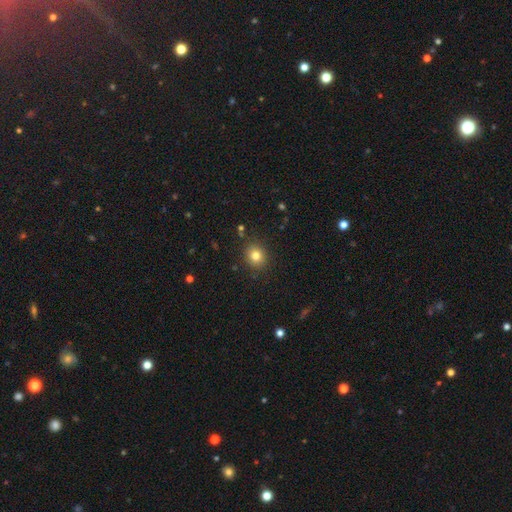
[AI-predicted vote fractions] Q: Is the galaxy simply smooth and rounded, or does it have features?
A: smooth — 80%.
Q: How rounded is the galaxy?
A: round — 78%.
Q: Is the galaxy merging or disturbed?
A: none — 88%.